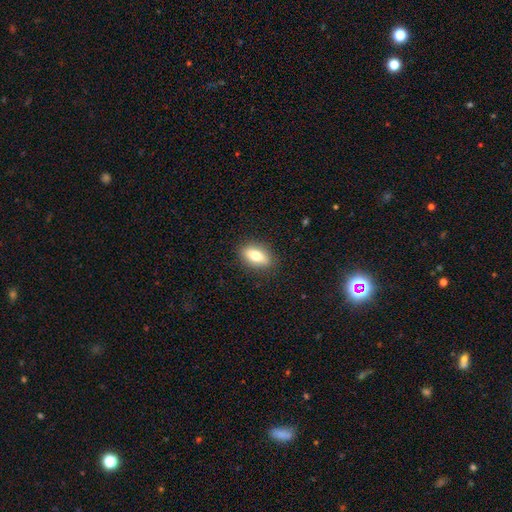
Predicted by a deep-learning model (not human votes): smooth_or_featured: smooth (p=0.71) [alt: featured or disk p=0.21]
how_rounded: in between (p=0.82) [alt: cigar-shaped p=0.10]
merging: none (p=0.87) [alt: minor disturbance p=0.09]